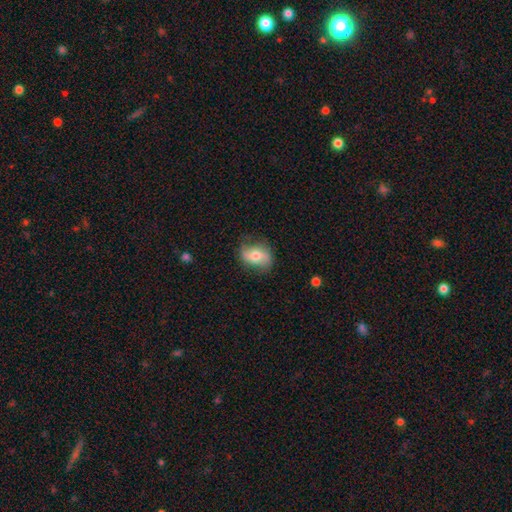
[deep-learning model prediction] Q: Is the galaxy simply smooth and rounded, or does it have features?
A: smooth — 53%.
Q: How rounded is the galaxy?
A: in between — 70%.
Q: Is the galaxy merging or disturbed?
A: none — 74%.